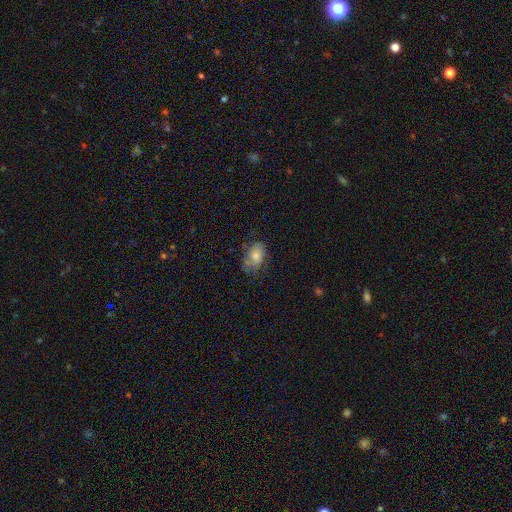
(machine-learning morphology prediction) This appears to be a smooth galaxy with no disk features (72%) that is in between round and cigar-shaped (84%). Merging: none (56%).